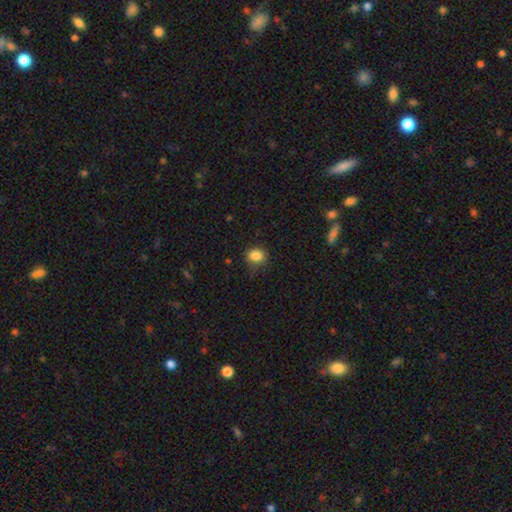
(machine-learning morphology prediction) Overall: smooth (85%). How rounded: round (66%; in between 33%). Merging: none (76%).